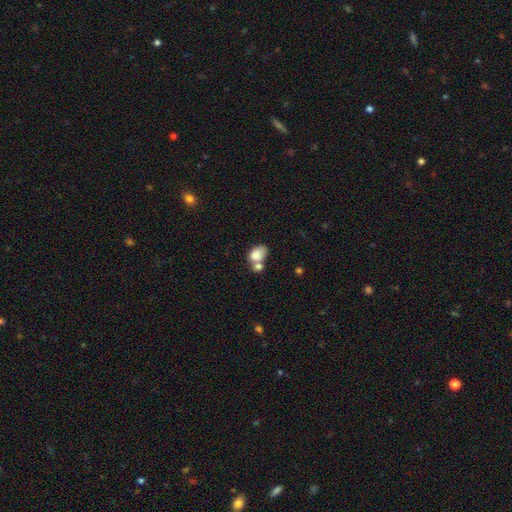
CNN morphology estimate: This is likely a smooth galaxy (79%). How rounded: clearly in between (82%). Merging: possibly merger (50%).